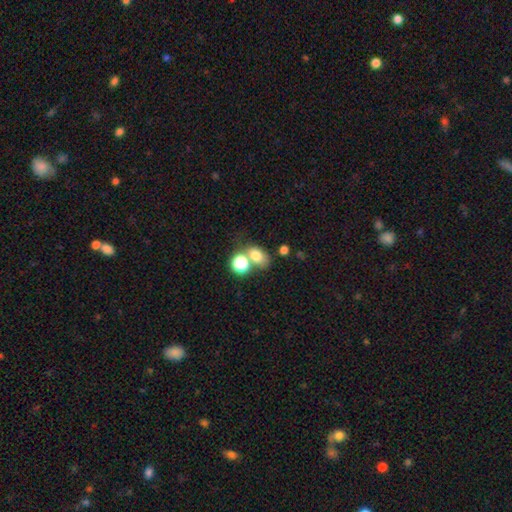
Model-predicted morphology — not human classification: A smooth galaxy with no disk features (74%) that is in between round and cigar-shaped (64%).

Vote fractions:
- Smooth or featured? smooth: 74% / star or artifact: 15% / featured or disk: 11%
- How rounded? in between: 64% / round: 35% / cigar-shaped: 1%
- Merging? none: 51% / merger: 32% / minor disturbance: 12% / major disturbance: 6%